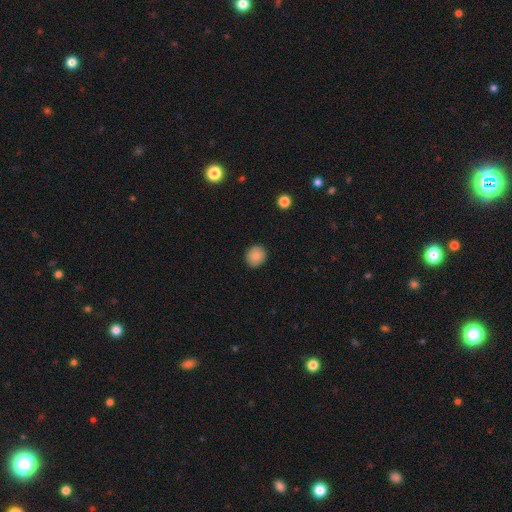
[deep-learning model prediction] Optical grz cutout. It shows a smooth galaxy with no disk features (85%) that is round (88%). Merging: none (90%).